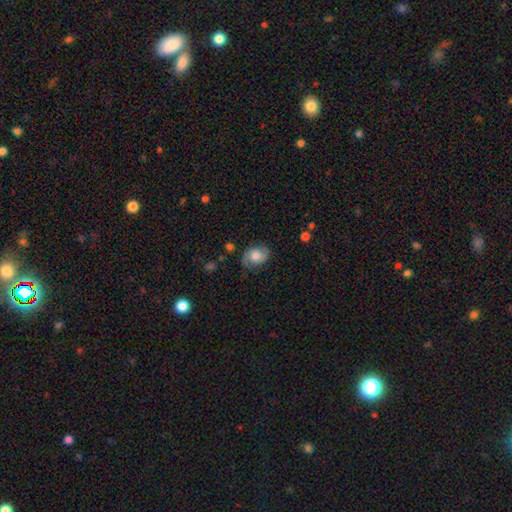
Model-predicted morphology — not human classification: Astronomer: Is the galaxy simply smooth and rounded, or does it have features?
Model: smooth — 49% (runner-up: featured or disk, 43%).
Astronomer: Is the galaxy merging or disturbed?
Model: none — 73%.